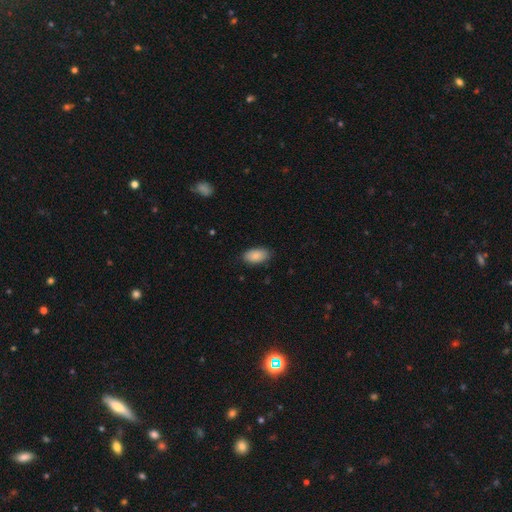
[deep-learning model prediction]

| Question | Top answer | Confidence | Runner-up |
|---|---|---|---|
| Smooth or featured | smooth | 89% | star or artifact (6%) |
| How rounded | in between | 95% | round (3%) |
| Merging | none | 85% | minor disturbance (12%) |